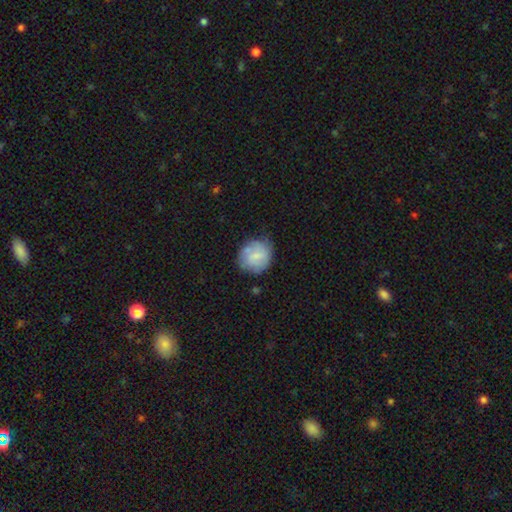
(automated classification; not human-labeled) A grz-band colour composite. It shows a smooth galaxy with no disk features (70%) that is round (80%). Merging: none (67%).